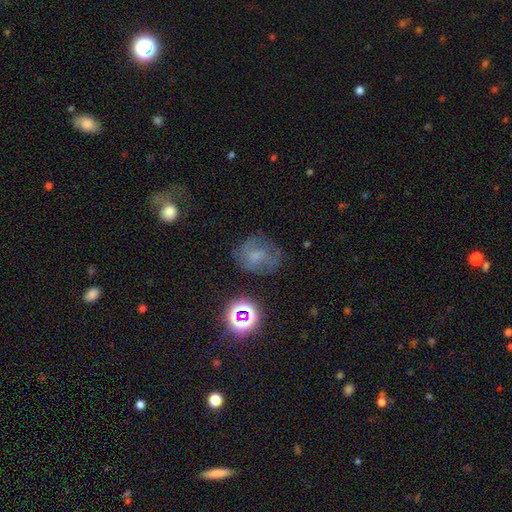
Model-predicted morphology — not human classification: The model was most divided on "smooth or featured": smooth: 43%, featured or disk: 37%, star or artifact: 20%. More confident: merging — none (59%).